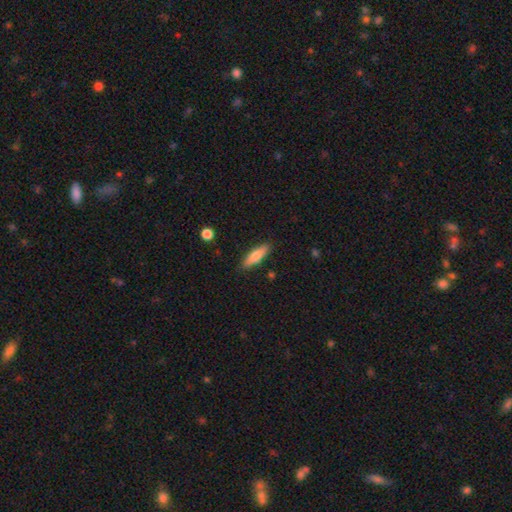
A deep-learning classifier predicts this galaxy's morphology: Smooth or featured? smooth (76%)
How rounded? cigar-shaped (59%)
Merging? none (86%)